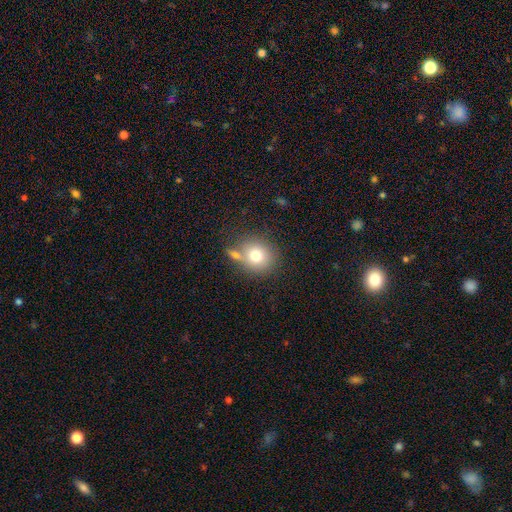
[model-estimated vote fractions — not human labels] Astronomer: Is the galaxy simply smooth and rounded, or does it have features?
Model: smooth — 76%.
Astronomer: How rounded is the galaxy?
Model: round — 81%.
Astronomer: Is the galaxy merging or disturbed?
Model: none — 58%.